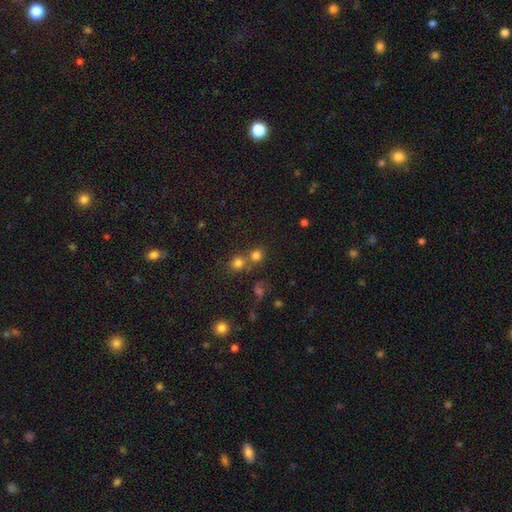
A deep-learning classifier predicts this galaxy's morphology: Smooth or featured? Predicted: smooth (p=0.75). How rounded? Predicted: round (p=0.85). Merging? Predicted: none (p=0.55).